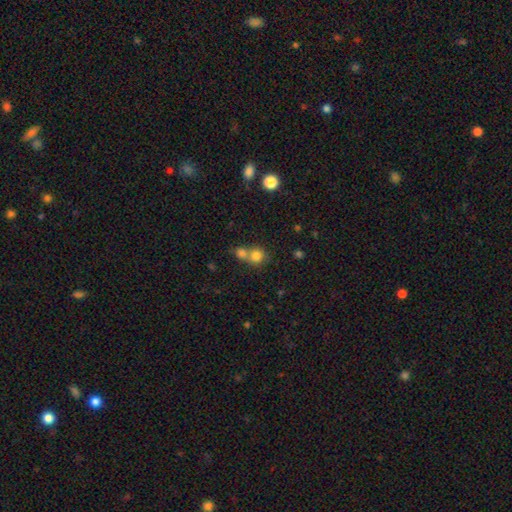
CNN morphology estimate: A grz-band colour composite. It shows a smooth galaxy with no disk features (79%) that is round (85%). Merging: merger (50%).